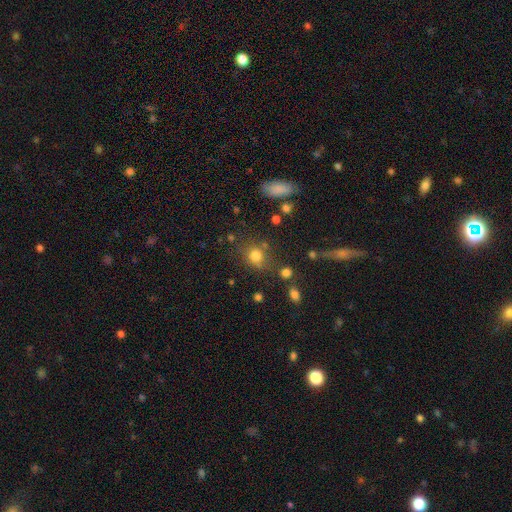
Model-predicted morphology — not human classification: This is likely a smooth galaxy (76%). How rounded: likely round (78%). Merging: likely none (69%).